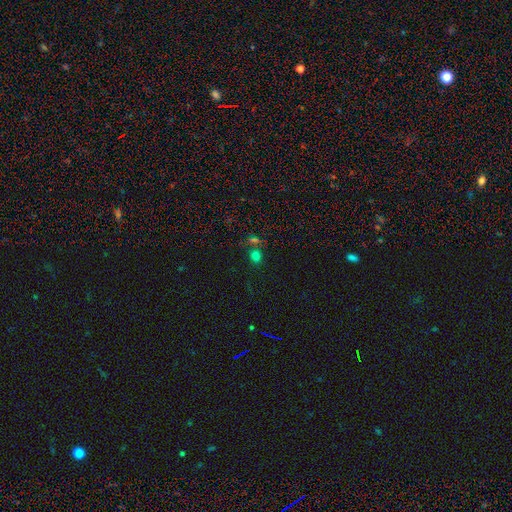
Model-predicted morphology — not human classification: smooth_or_featured: smooth (p=0.68) [alt: star or artifact p=0.25]
how_rounded: round (p=0.64) [alt: in between p=0.35]
merging: none (p=0.67) [alt: merger p=0.18]